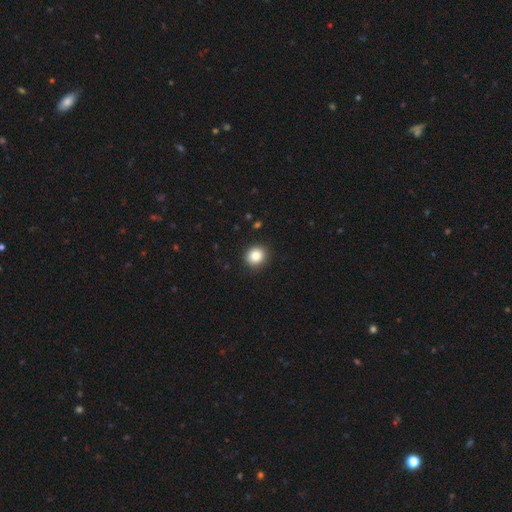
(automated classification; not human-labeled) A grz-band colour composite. It shows a smooth galaxy with no disk features (85%) that is round (83%). Merging: none (91%).